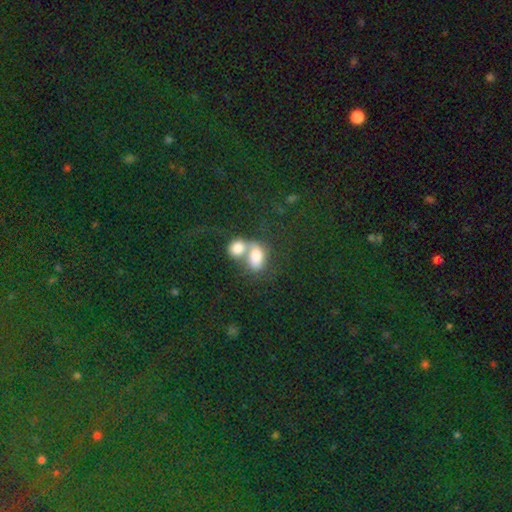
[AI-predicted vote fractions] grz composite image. It shows a smooth galaxy with no disk features (73%) that is in between round and cigar-shaped (79%). Merging: merger (72%).